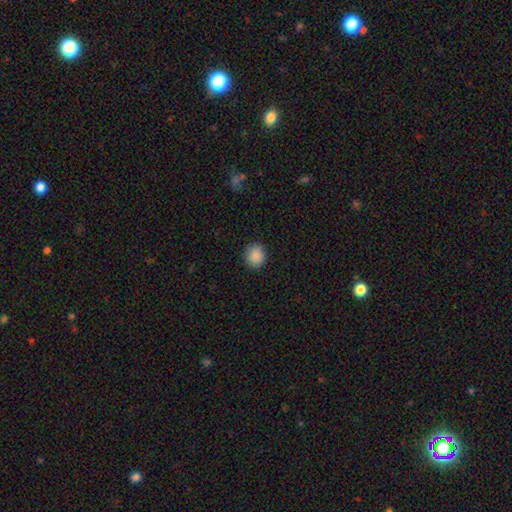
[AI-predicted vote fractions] Overall: smooth (88%). How rounded: round (77%). Merging: none (90%).